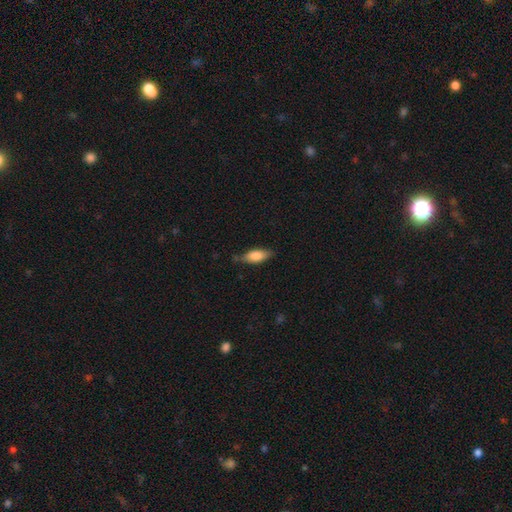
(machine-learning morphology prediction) Smooth or featured? smooth (79%)
How rounded? in between (75%)
Merging? none (72%)